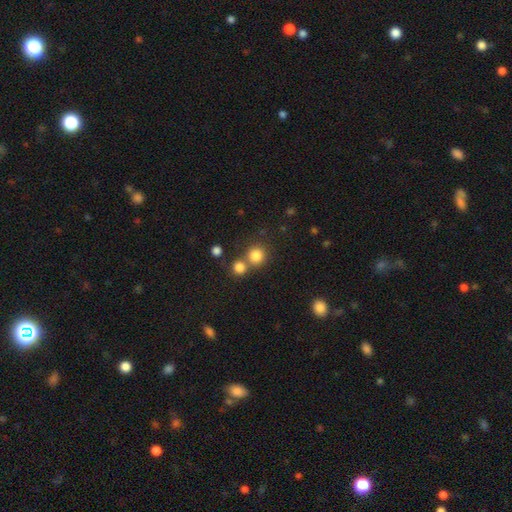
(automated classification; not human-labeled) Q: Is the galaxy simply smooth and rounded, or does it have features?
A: smooth — 81%.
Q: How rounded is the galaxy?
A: round — 89%.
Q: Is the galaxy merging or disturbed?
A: none — 59%.